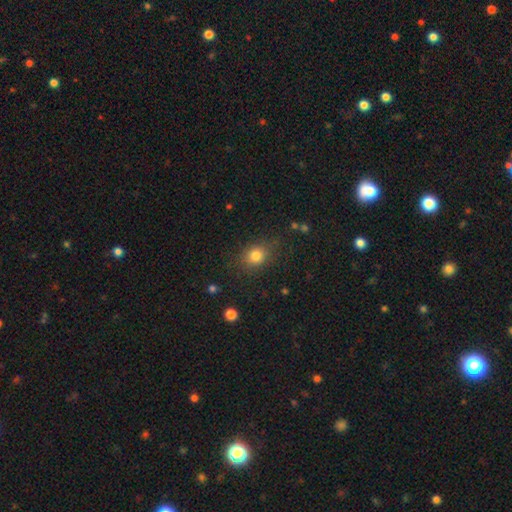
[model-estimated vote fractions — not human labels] Q: Smooth or featured?
A: smooth (80%); runner-up: star or artifact (12%)
Q: How rounded?
A: round (62%); runner-up: in between (36%)
Q: Merging?
A: none (79%); runner-up: minor disturbance (14%)